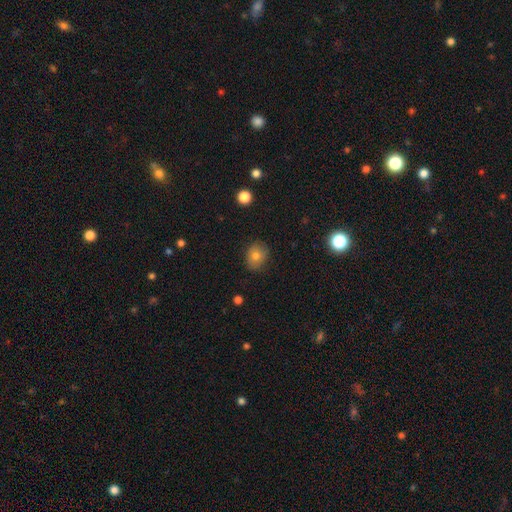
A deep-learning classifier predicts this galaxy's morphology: Smooth or featured? Predicted: smooth (p=0.78). How rounded? Predicted: round (p=0.56). Merging? Predicted: none (p=0.81).